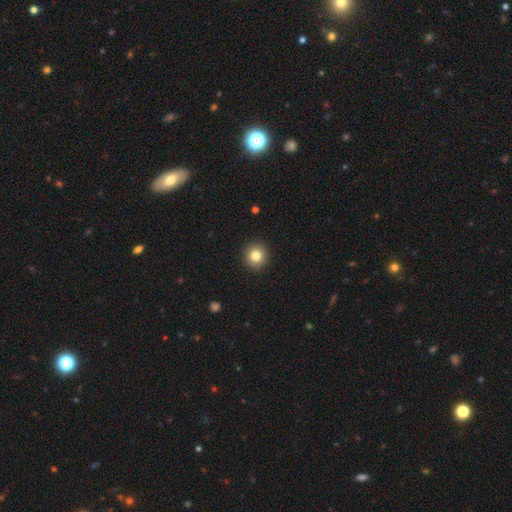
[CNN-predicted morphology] Overall: smooth (82%). How rounded: round (94%). Merging: none (93%).